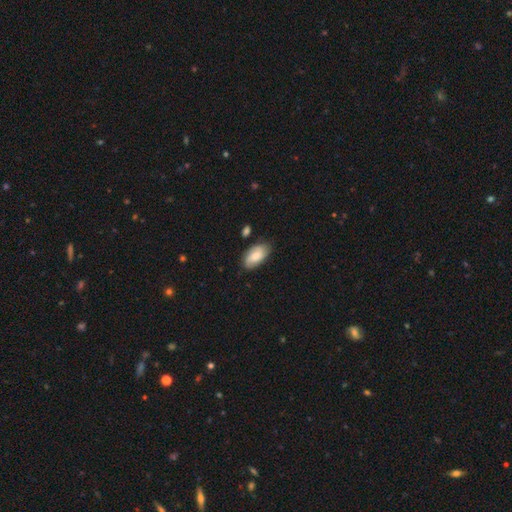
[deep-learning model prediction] smooth_or_featured: smooth (p=0.74) [alt: featured or disk p=0.20]
how_rounded: in between (p=0.94) [alt: cigar-shaped p=0.03]
merging: none (p=0.74) [alt: minor disturbance p=0.19]